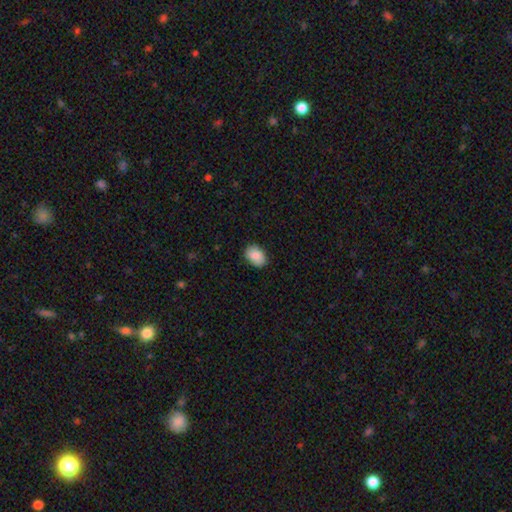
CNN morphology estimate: This is clearly a smooth galaxy (87%). How rounded: likely in between (76%). Merging: clearly none (82%).